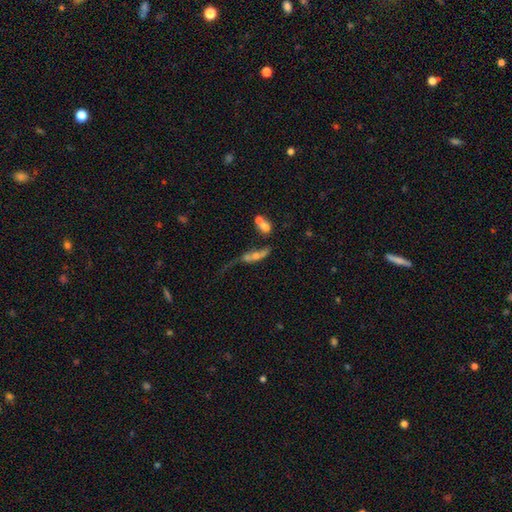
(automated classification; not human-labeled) Smooth or featured? featured or disk (50%)
Merging? merger (37%)